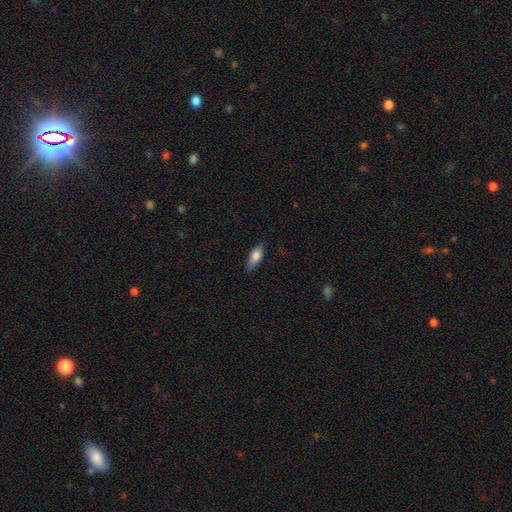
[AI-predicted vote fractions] smooth 80%, featured or disk 13%, star or artifact 7%. Down the decision tree: how rounded — in between (75%); merging — none (81%).